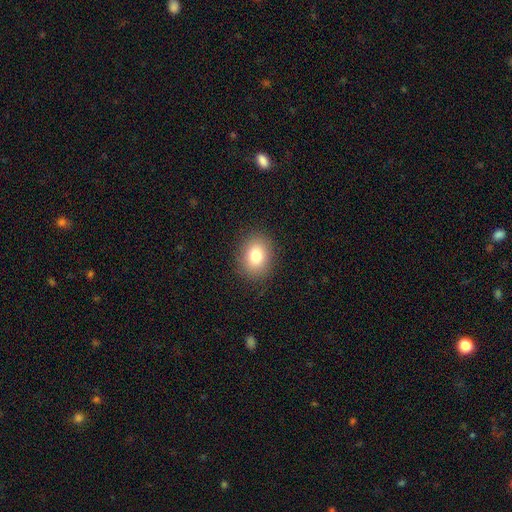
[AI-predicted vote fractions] smooth_or_featured: smooth (p=0.80) [alt: star or artifact p=0.10]
how_rounded: in between (p=0.52) [alt: round p=0.47]
merging: none (p=0.88) [alt: minor disturbance p=0.08]